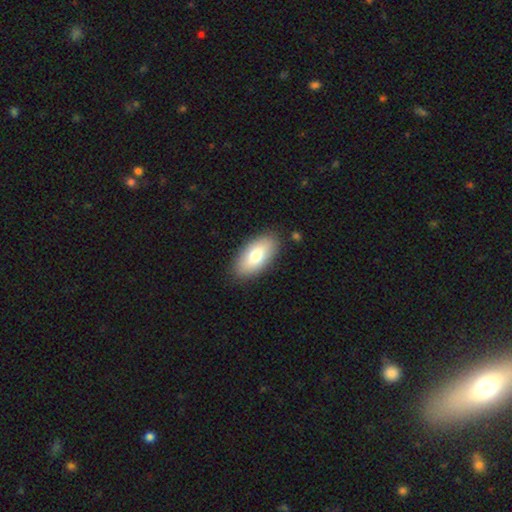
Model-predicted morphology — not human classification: smooth_or_featured: smooth (p=0.76) [alt: featured or disk p=0.17]
how_rounded: in between (p=0.92) [alt: cigar-shaped p=0.05]
merging: none (p=0.86) [alt: minor disturbance p=0.10]